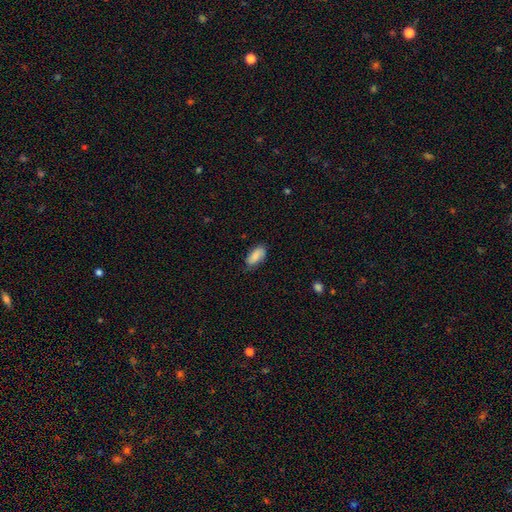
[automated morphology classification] The model was most divided on "merging": none: 68%, minor disturbance: 25%, major disturbance: 5%, merger: 2%. More confident: how rounded — in between (89%); smooth or featured — smooth (82%).